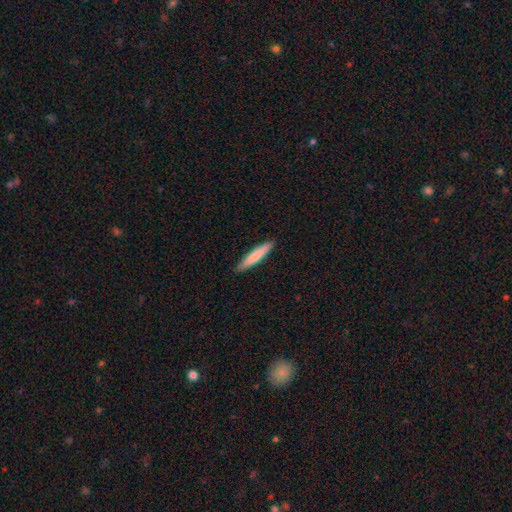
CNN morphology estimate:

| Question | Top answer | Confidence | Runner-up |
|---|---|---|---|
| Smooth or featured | smooth | 75% | featured or disk (20%) |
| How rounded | cigar-shaped | 93% | in between (6%) |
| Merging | none | 90% | minor disturbance (8%) |